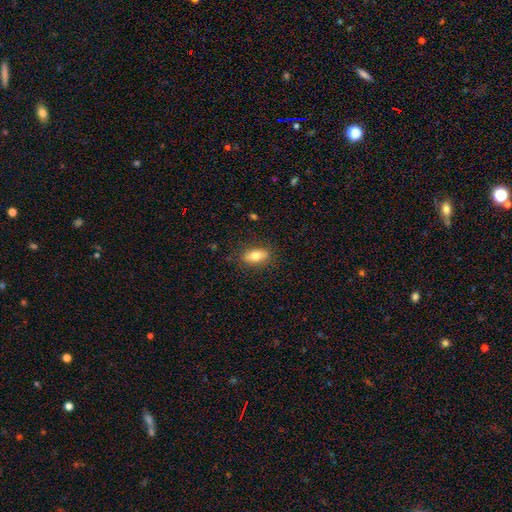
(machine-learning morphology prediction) Overall: smooth (76%). How rounded: in between (84%). Merging: none (84%).